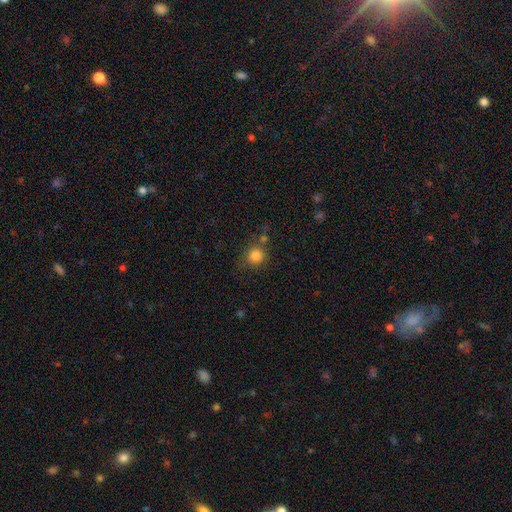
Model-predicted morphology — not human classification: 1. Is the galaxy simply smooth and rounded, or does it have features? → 83% smooth, 11% star or artifact, 5% featured or disk.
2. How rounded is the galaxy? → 91% round, 8% in between, 1% cigar-shaped.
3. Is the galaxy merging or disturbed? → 73% none, 12% minor disturbance, 10% merger, 4% major disturbance.